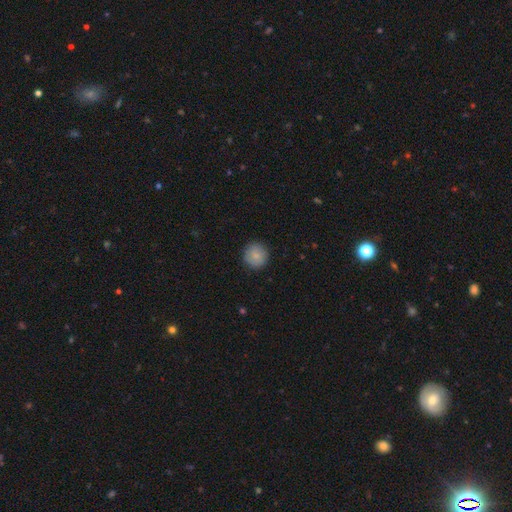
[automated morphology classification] A smooth galaxy with no disk features (84%) that is round (93%).

Vote fractions:
- Smooth or featured? smooth: 84% / featured or disk: 9% / star or artifact: 7%
- How rounded? round: 93% / in between: 6% / cigar-shaped: 1%
- Merging? none: 89% / minor disturbance: 8% / major disturbance: 2% / merger: 1%